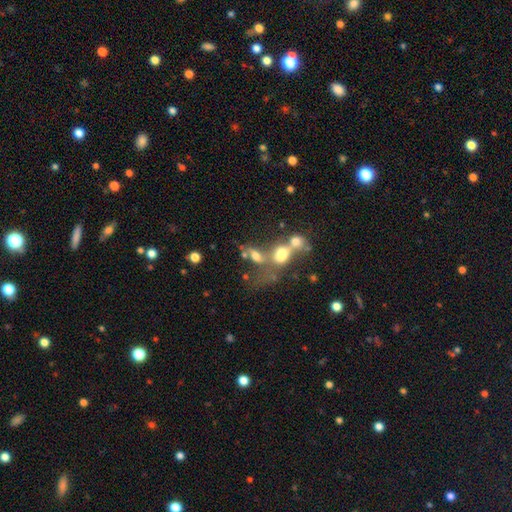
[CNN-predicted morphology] A smooth galaxy with no disk features (51%) that is in between round and cigar-shaped (54%).

Vote fractions:
- Smooth or featured? smooth: 51% / featured or disk: 30% / star or artifact: 20%
- How rounded? in between: 54% / round: 39% / cigar-shaped: 7%
- Merging? merger: 61% / none: 19% / major disturbance: 13% / minor disturbance: 7%